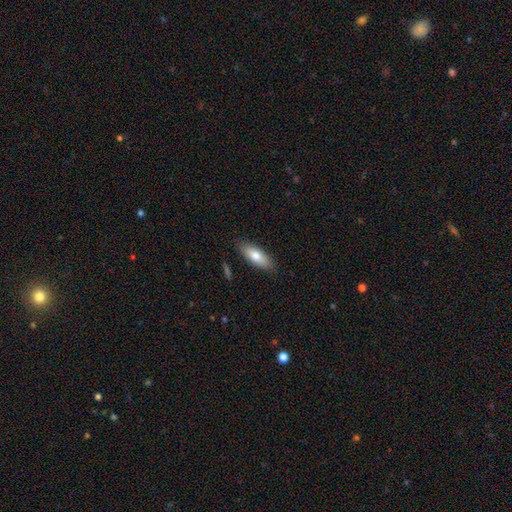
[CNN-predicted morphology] The model was most divided on "how rounded": in between: 65%, cigar-shaped: 33%, round: 2%. More confident: merging — none (86%); smooth or featured — smooth (75%).